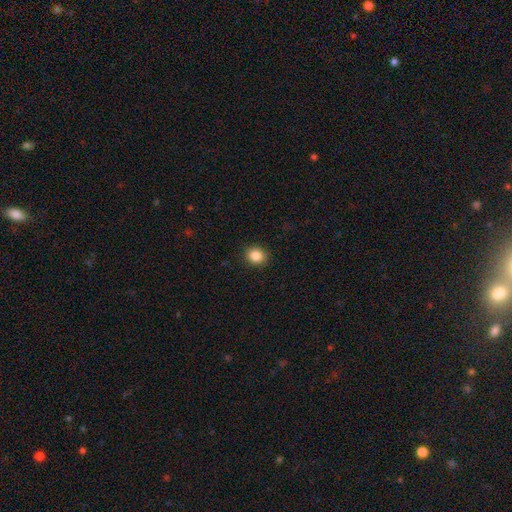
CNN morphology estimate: smooth 86%, star or artifact 10%, featured or disk 4%. Down the decision tree: how rounded — round (74%); merging — none (91%).